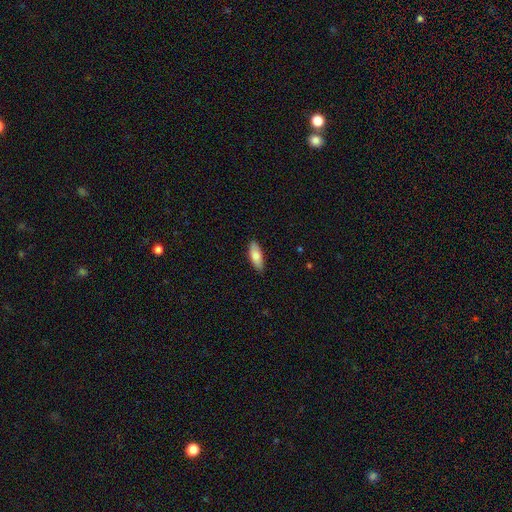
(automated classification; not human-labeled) Overall: smooth (79%). How rounded: in between (75%). Merging: none (87%).